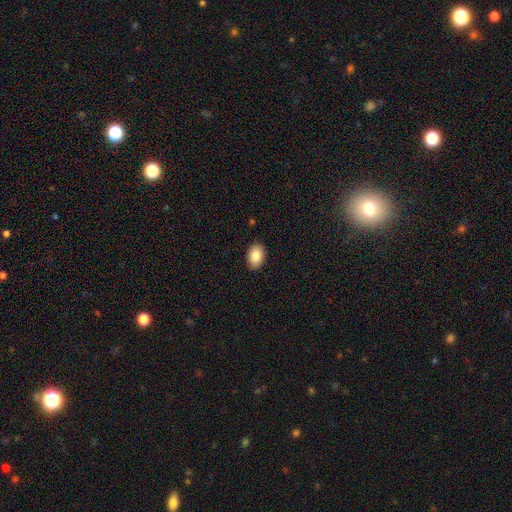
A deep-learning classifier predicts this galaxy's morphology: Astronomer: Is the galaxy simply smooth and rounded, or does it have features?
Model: smooth — 86%.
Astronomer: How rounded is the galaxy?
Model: in between — 84%.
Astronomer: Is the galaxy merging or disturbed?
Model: none — 90%.